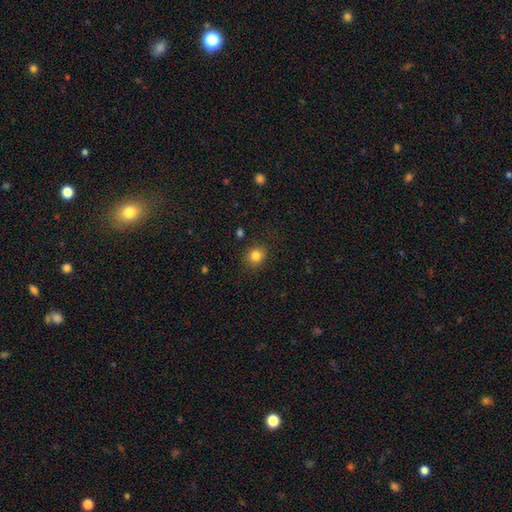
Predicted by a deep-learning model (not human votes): Overall: smooth (83%). How rounded: round (79%). Merging: none (86%).